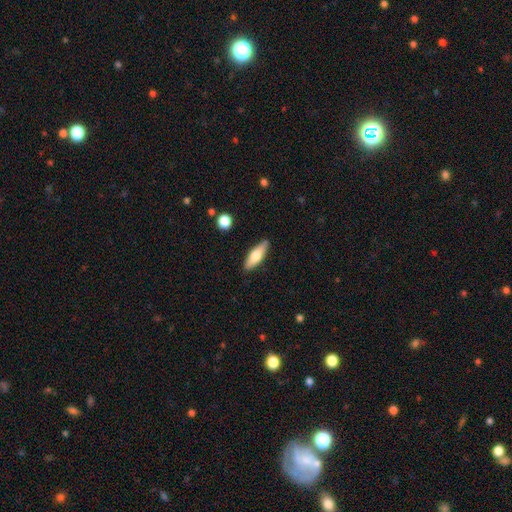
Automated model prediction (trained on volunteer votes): A smooth galaxy with no disk features (63%) that is cigar-shaped (51%). Merging: none (86%).